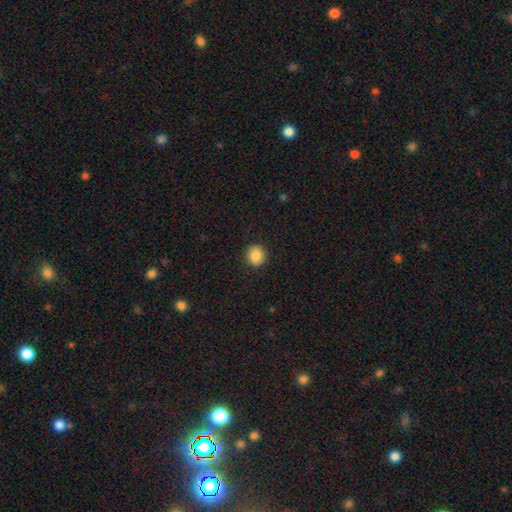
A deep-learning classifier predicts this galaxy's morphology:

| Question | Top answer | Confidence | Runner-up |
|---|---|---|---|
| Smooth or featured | smooth | 86% | star or artifact (9%) |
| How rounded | round | 87% | in between (12%) |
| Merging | none | 91% | minor disturbance (6%) |